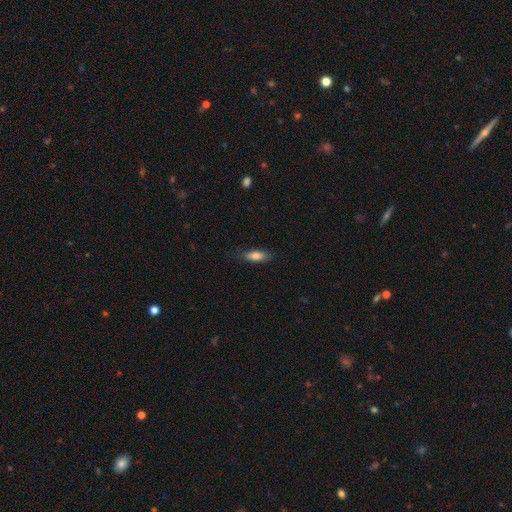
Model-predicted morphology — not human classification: smooth 78%, featured or disk 15%, star or artifact 7%. Down the decision tree: how rounded — in between (62%); merging — none (80%).